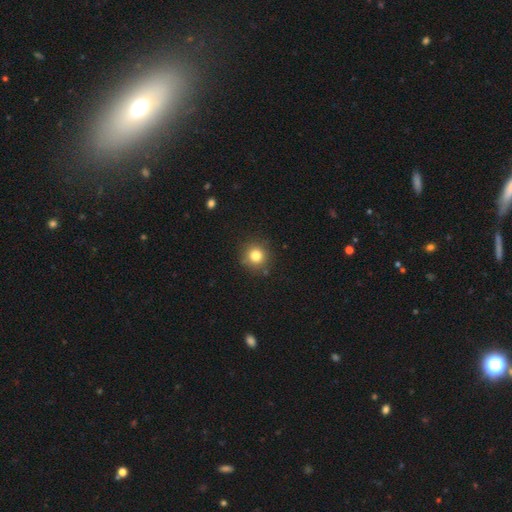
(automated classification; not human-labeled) smooth 81%, star or artifact 12%, featured or disk 7%. Down the decision tree: how rounded — round (92%); merging — none (86%).